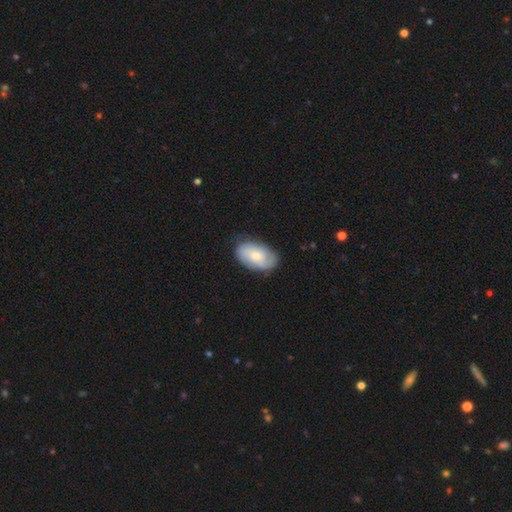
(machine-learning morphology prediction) Smooth or featured? smooth (58%)
How rounded? in between (92%)
Merging? none (76%)